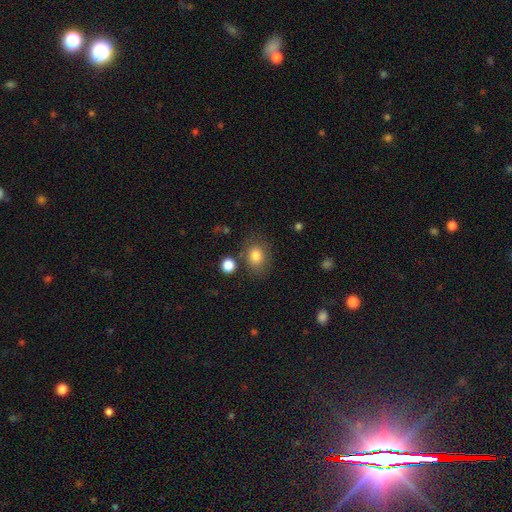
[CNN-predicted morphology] smooth-or-featured: smooth: 82% | star or artifact: 10% | featured or disk: 8%
  how-rounded: round: 52% | in between: 47% | cigar-shaped: 1%
  merging: none: 74% | minor disturbance: 14% | merger: 7% | major disturbance: 5%